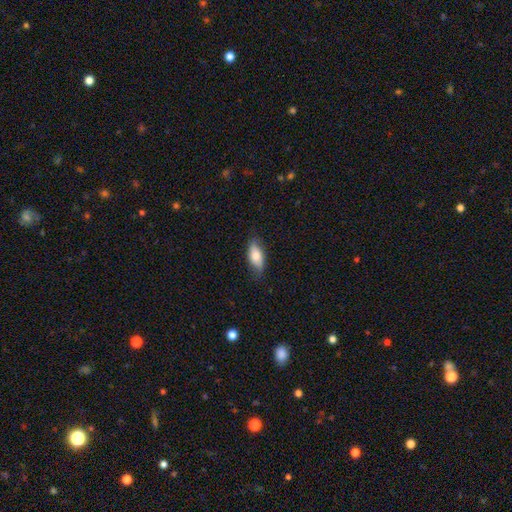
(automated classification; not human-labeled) A smooth galaxy with no disk features (75%) that is in between round and cigar-shaped (84%). Merging: none (78%).